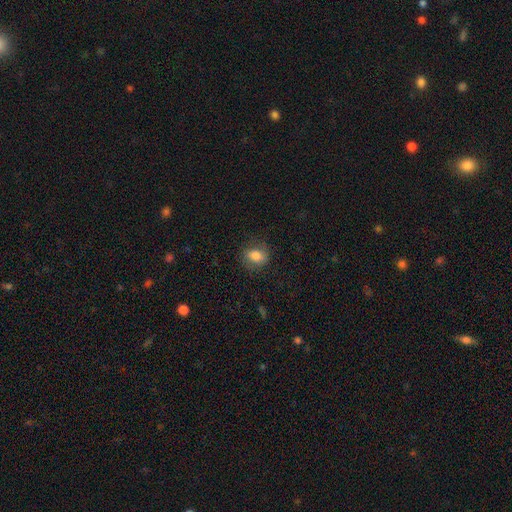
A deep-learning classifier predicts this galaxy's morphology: This appears to be a smooth galaxy with no disk features (74%) that is in between round and cigar-shaped (56%). Merging: none (76%).